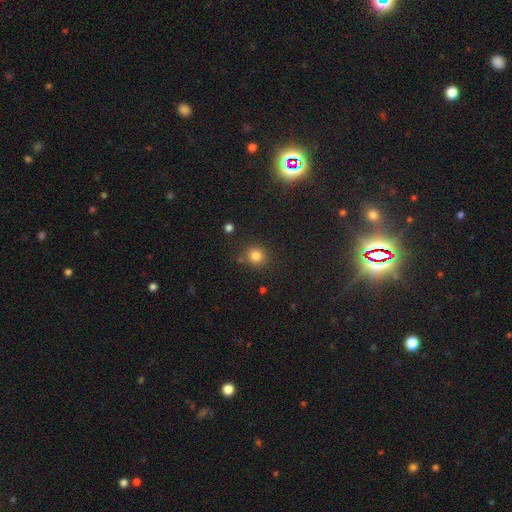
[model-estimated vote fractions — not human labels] The model was most divided on "smooth or featured": smooth: 80%, star or artifact: 14%, featured or disk: 6%. More confident: how rounded — round (87%); merging — none (82%).